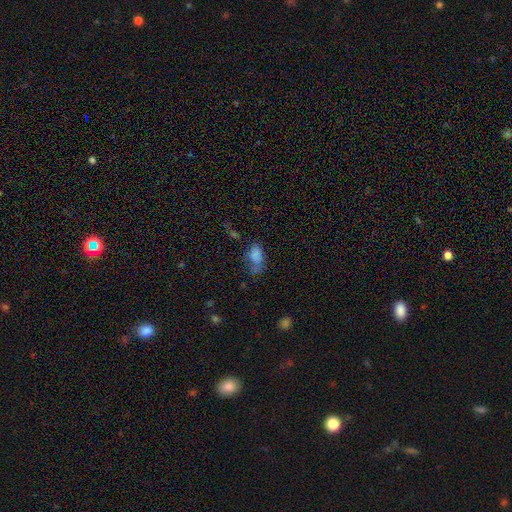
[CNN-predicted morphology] Q: Smooth or featured?
A: smooth (73%); runner-up: featured or disk (14%)
Q: How rounded?
A: in between (89%); runner-up: round (6%)
Q: Merging?
A: none (35%); runner-up: minor disturbance (30%)